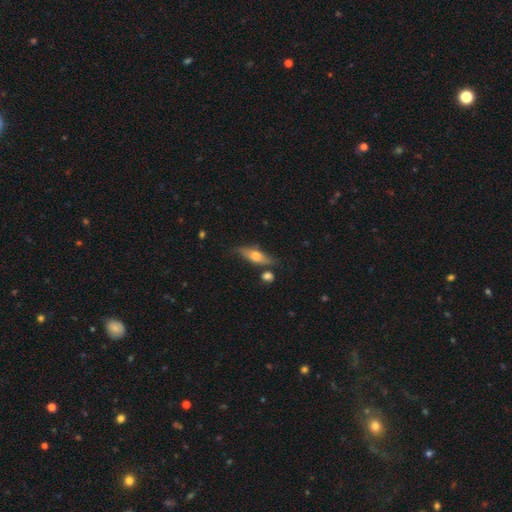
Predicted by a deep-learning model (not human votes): A smooth galaxy with no disk features (47%).

Vote fractions:
- Smooth or featured? smooth: 47% / featured or disk: 46% / star or artifact: 7%
- Merging? none: 66% / minor disturbance: 21% / merger: 8% / major disturbance: 6%